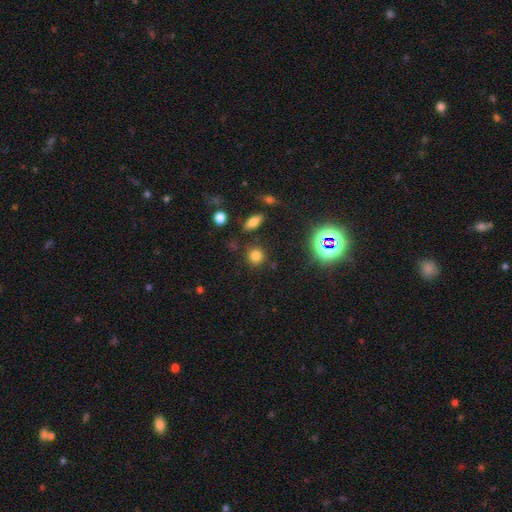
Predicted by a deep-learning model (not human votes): Overall: smooth (76%). How rounded: round (87%). Merging: none (84%).